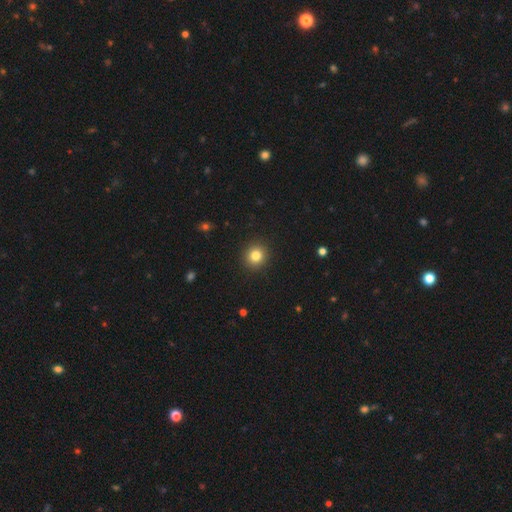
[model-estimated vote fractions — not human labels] This is clearly a smooth galaxy (82%). How rounded: clearly round (90%). Merging: clearly none (92%).